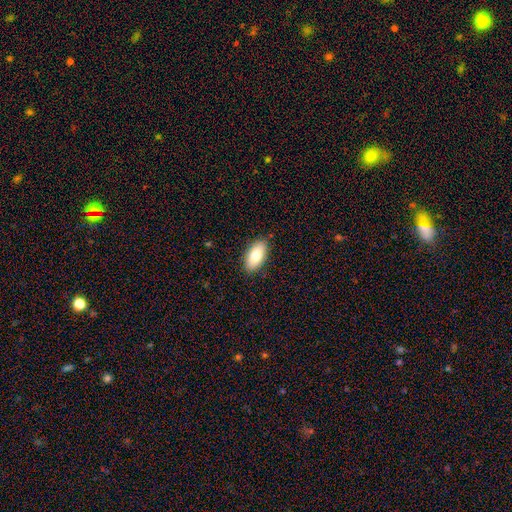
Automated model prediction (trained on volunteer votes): Smooth or featured? smooth (79%)
How rounded? in between (92%)
Merging? none (87%)